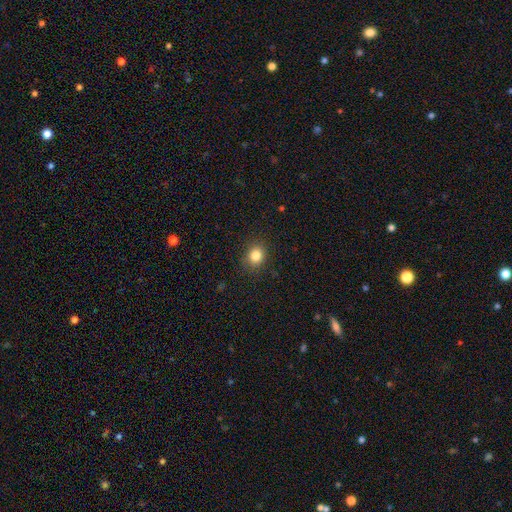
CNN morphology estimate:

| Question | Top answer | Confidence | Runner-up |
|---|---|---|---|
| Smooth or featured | smooth | 83% | star or artifact (11%) |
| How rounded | round | 66% | in between (33%) |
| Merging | none | 88% | minor disturbance (9%) |